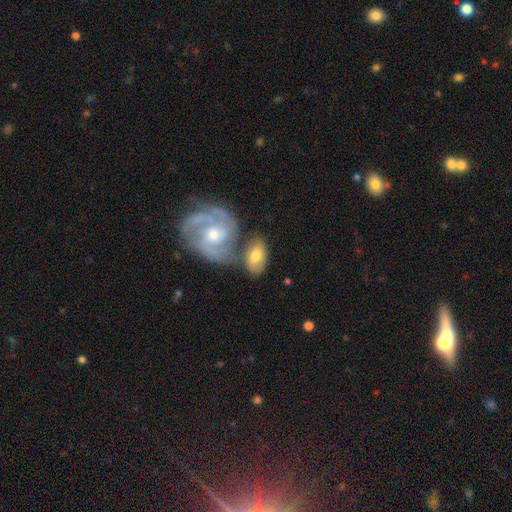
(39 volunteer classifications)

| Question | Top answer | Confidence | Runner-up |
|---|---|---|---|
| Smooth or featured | smooth | 64% | featured or disk (31%) |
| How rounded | in between | 92% | cigar-shaped (8%) |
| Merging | none | 65% | merger (19%) |